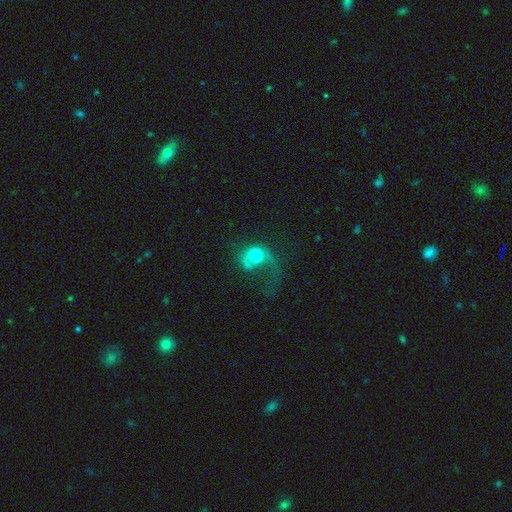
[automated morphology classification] The model was most divided on "smooth or featured": smooth: 46%, featured or disk: 45%, star or artifact: 9%. More confident: merging — major disturbance (60%).